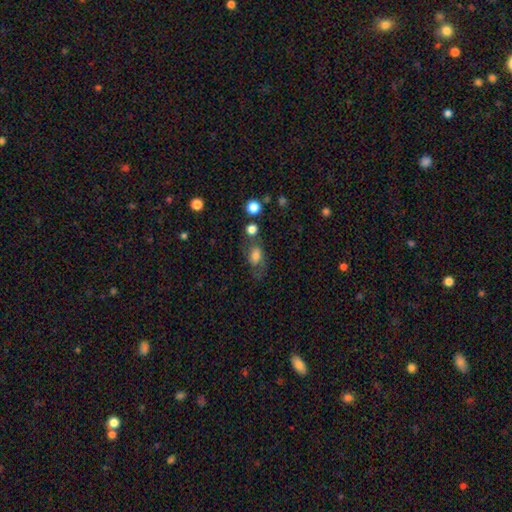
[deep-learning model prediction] Smooth or featured: smooth — 67% (featured or disk — 22%)
How rounded: in between — 77% (round — 19%)
Merging: none — 51% (minor disturbance — 22%)